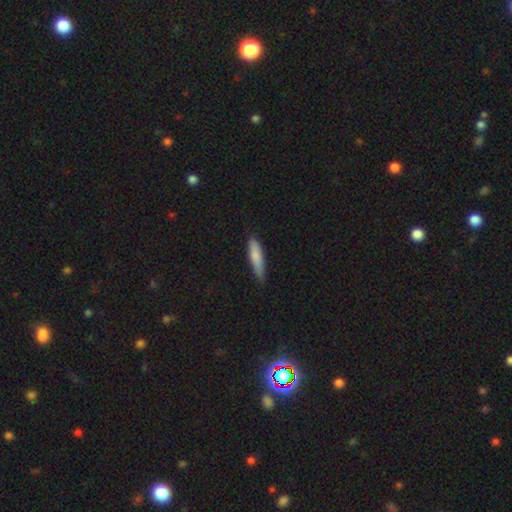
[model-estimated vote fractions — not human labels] Q: Smooth or featured?
A: smooth (81%); runner-up: featured or disk (13%)
Q: How rounded?
A: cigar-shaped (77%); runner-up: in between (21%)
Q: Merging?
A: none (67%); runner-up: minor disturbance (28%)